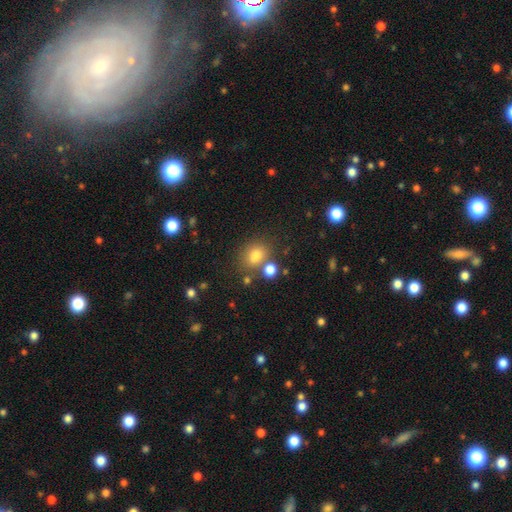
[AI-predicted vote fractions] Smooth or featured? Predicted: smooth (p=0.78). How rounded? Predicted: round (p=0.51). Merging? Predicted: none (p=0.64).